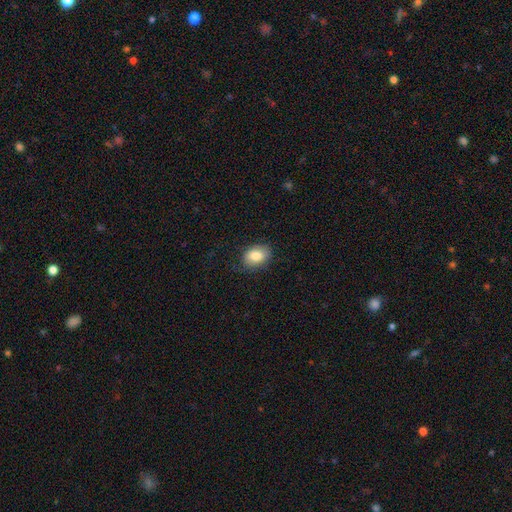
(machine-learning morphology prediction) Smooth or featured: smooth — 83% (featured or disk — 10%)
How rounded: in between — 81% (round — 18%)
Merging: none — 77% (minor disturbance — 17%)